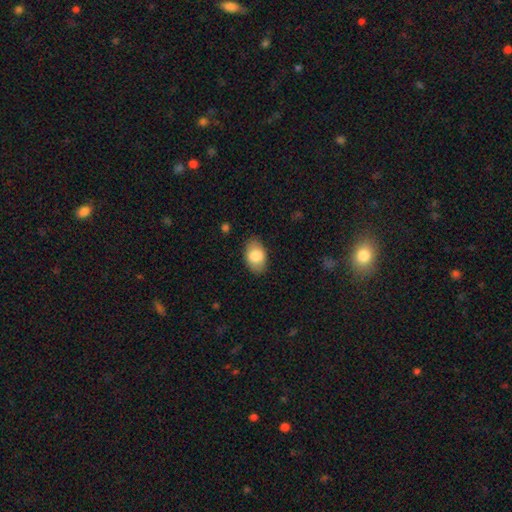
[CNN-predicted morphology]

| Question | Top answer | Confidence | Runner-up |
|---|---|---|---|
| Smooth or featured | smooth | 81% | featured or disk (12%) |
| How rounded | in between | 89% | round (10%) |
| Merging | none | 84% | minor disturbance (12%) |